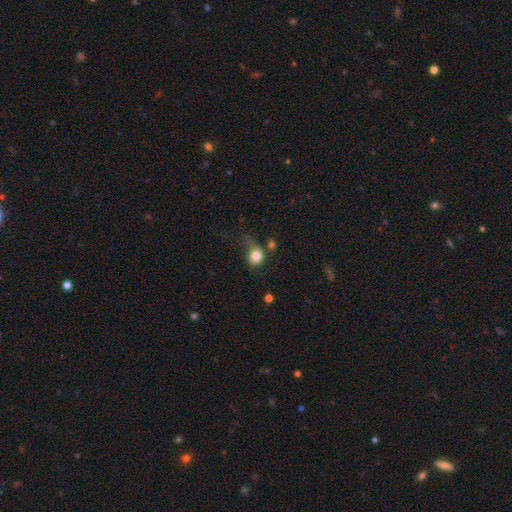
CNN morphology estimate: Smooth or featured: smooth — 80% (featured or disk — 10%)
How rounded: round — 66% (in between — 33%)
Merging: none — 35% (minor disturbance — 29%)